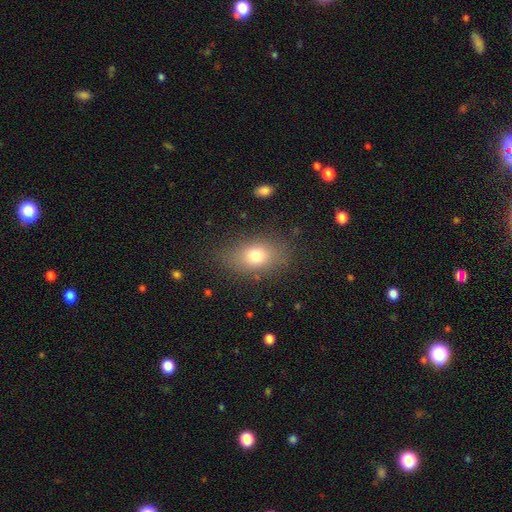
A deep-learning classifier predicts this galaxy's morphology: Smooth or featured: smooth — 76% (featured or disk — 13%)
How rounded: in between — 78% (round — 19%)
Merging: none — 81% (minor disturbance — 13%)